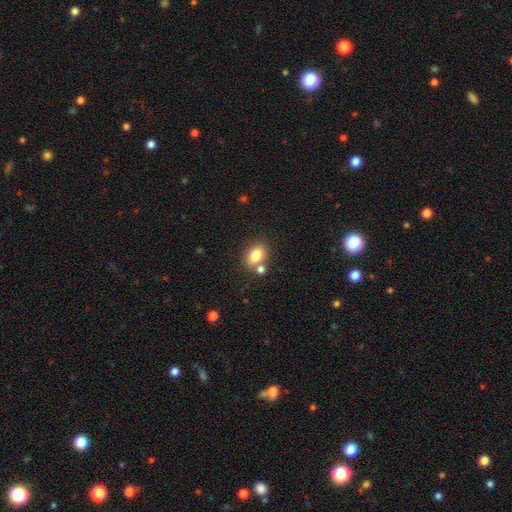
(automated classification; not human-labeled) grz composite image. It shows a smooth galaxy with no disk features (81%) that is in between round and cigar-shaped (75%). Merging: none (64%).